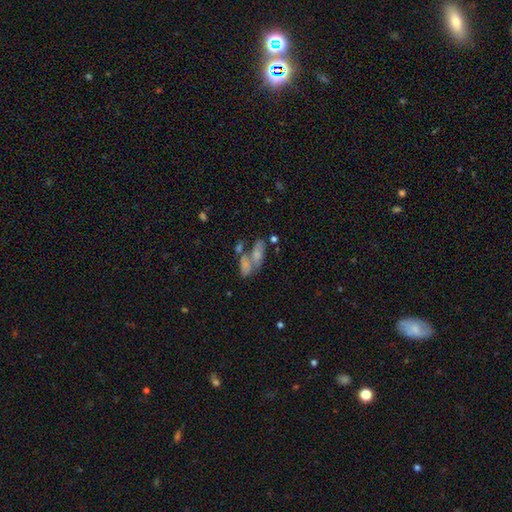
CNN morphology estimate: smooth-or-featured: smooth: 46% | featured or disk: 39% | star or artifact: 16%
  merging: merger: 48% | none: 29% | minor disturbance: 12% | major disturbance: 11%